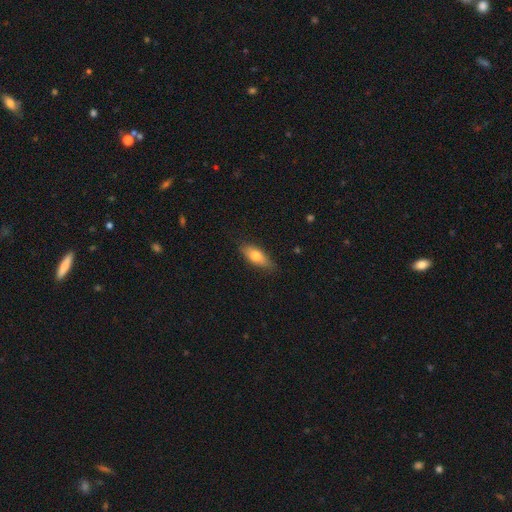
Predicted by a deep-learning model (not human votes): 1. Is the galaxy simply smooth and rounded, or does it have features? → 71% smooth, 22% featured or disk, 7% star or artifact.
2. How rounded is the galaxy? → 73% in between, 23% cigar-shaped, 4% round.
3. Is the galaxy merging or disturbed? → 81% none, 16% minor disturbance, 3% major disturbance, 1% merger.